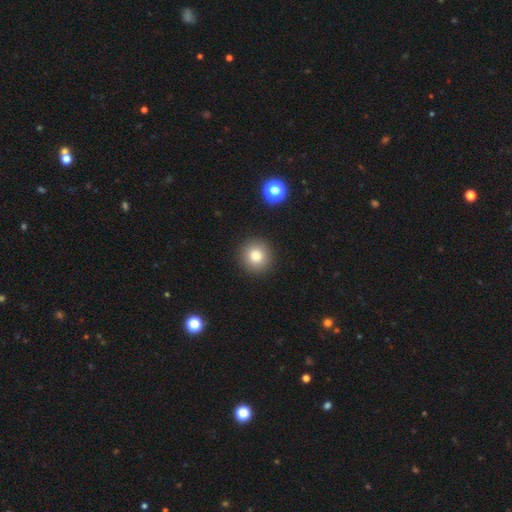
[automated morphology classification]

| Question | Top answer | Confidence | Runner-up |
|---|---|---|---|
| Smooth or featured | smooth | 81% | star or artifact (11%) |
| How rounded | round | 93% | in between (6%) |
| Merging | none | 91% | minor disturbance (6%) |